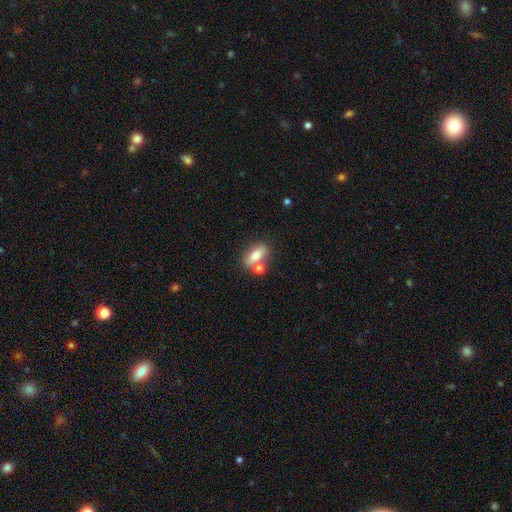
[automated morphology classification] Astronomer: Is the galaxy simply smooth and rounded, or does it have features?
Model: smooth — 72%.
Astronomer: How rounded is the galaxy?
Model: in between — 77%.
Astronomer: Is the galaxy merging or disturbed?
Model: none — 62%.